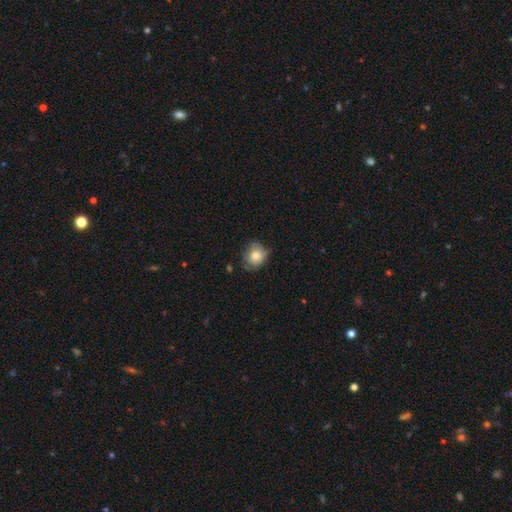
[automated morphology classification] smooth-or-featured: smooth: 72% | featured or disk: 20% | star or artifact: 8%
  how-rounded: round: 63% | in between: 36% | cigar-shaped: 1%
  merging: none: 59% | minor disturbance: 30% | major disturbance: 9% | merger: 2%